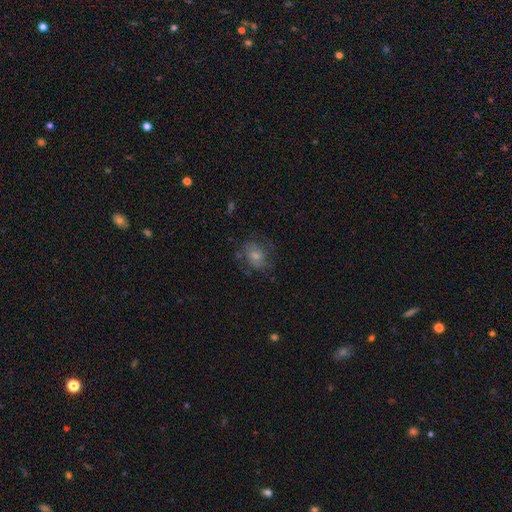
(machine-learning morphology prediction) smooth-or-featured: smooth: 58% | featured or disk: 32% | star or artifact: 10%
  how-rounded: round: 50% | in between: 49% | cigar-shaped: 1%
  merging: none: 59% | minor disturbance: 24% | major disturbance: 15% | merger: 2%